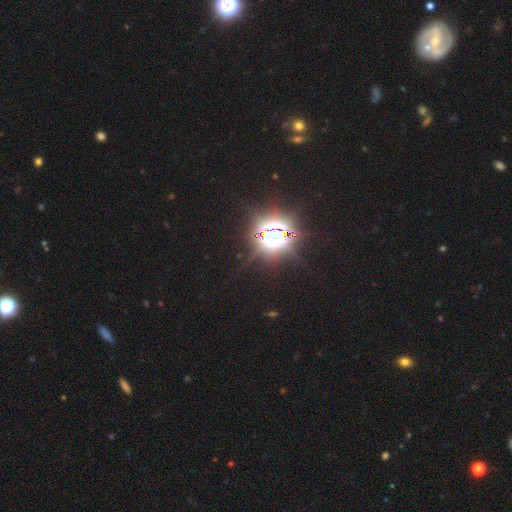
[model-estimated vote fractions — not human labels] Overall: star or artifact (82%).